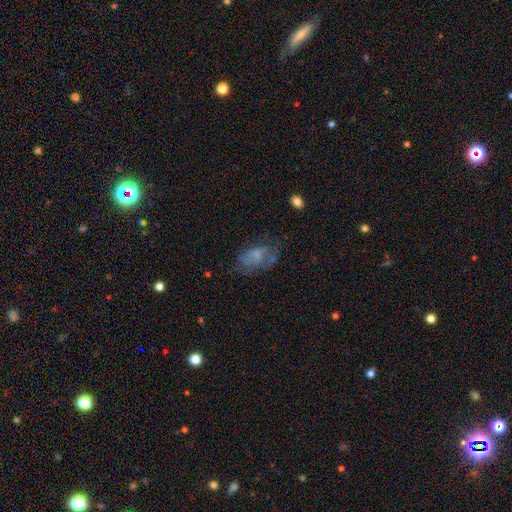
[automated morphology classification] Smooth or featured? Predicted: smooth (p=0.49). Merging? Predicted: none (p=0.46).